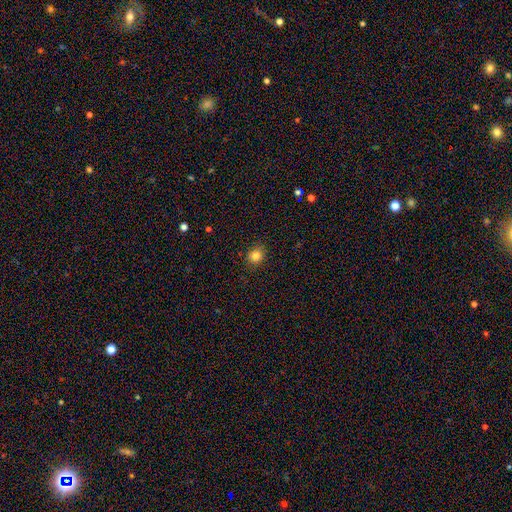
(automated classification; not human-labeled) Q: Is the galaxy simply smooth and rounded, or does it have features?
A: smooth — 82%.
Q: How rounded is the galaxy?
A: round — 74%.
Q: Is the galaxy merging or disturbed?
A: none — 87%.